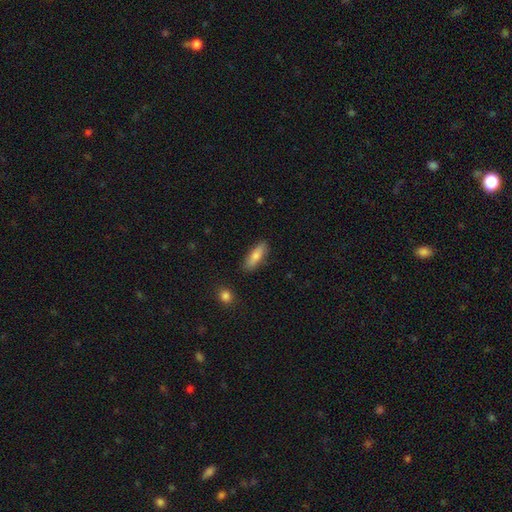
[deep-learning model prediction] The model was most divided on "how rounded": cigar-shaped: 50%, in between: 47%, round: 2%. More confident: merging — none (87%); smooth or featured — smooth (75%).